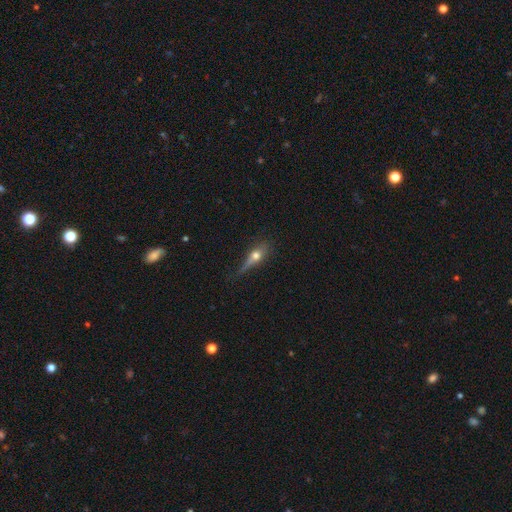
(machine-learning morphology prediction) type=smooth (53%); roundness=in between (48%); merging=none (42%).